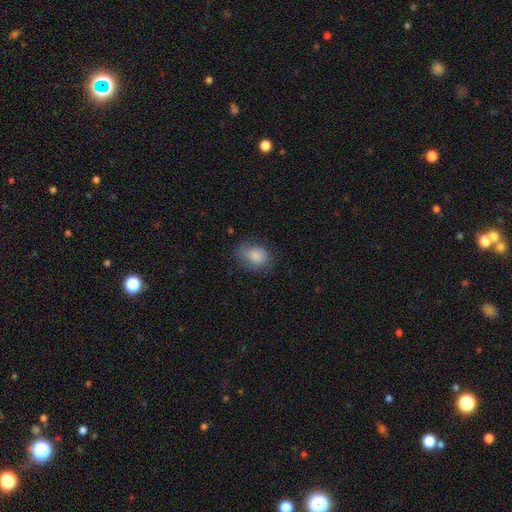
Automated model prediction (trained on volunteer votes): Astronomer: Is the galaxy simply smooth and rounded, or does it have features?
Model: smooth — 83%.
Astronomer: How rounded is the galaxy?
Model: in between — 65%.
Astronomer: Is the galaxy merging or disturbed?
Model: none — 64%.